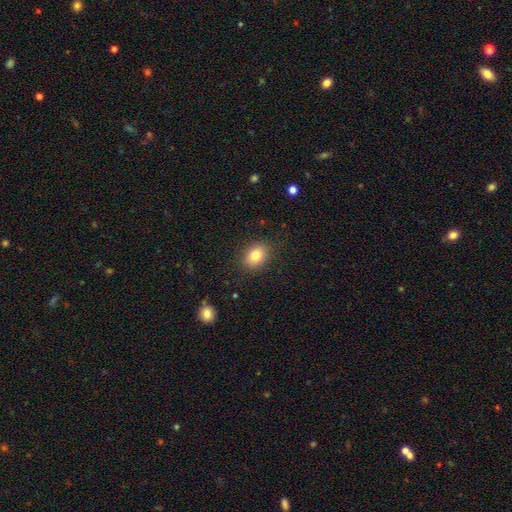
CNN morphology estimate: smooth 81%, star or artifact 10%, featured or disk 9%. Down the decision tree: how rounded — in between (62%); merging — none (87%).